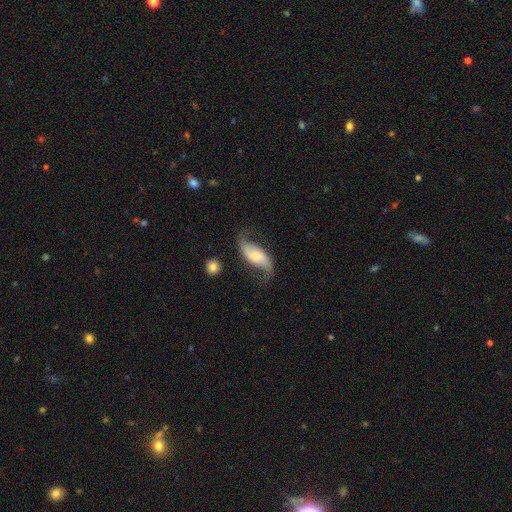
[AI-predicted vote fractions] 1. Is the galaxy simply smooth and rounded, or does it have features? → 78% featured or disk, 17% smooth, 6% star or artifact.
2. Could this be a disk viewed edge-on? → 94% no, 6% yes.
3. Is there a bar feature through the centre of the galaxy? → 46% no, 33% weak, 22% strong.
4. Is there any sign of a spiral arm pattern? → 94% yes, 6% no.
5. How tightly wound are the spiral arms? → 83% loose, 13% medium, 4% tight.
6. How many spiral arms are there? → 92% 2, 3% 1, 2% can't tell, 1% 3, 1% 4, 1% more than 4.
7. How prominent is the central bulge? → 46% moderate, 44% small, 6% large, 3% none, 2% dominant.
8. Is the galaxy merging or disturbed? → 68% none, 18% minor disturbance, 11% major disturbance, 3% merger.